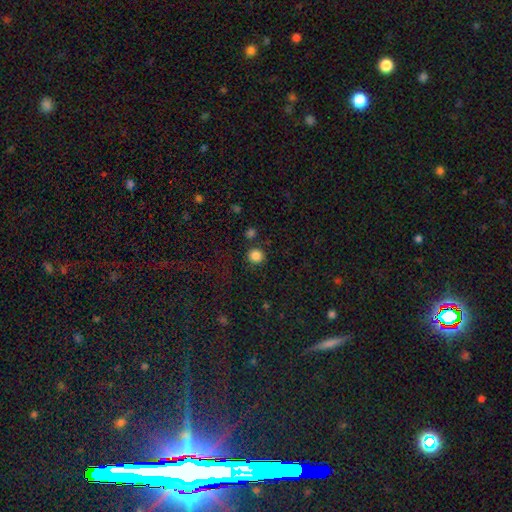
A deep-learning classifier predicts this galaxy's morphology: smooth_or_featured: smooth (p=0.85) [alt: star or artifact p=0.12]
how_rounded: round (p=0.91) [alt: in between p=0.08]
merging: none (p=0.86) [alt: minor disturbance p=0.07]